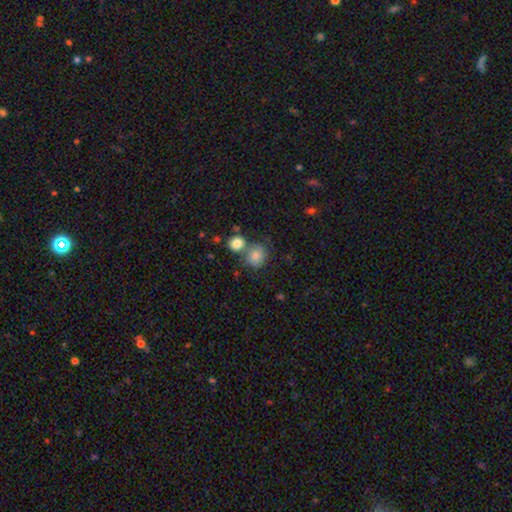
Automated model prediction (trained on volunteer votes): Smooth or featured? smooth (81%)
How rounded? round (75%)
Merging? none (50%)